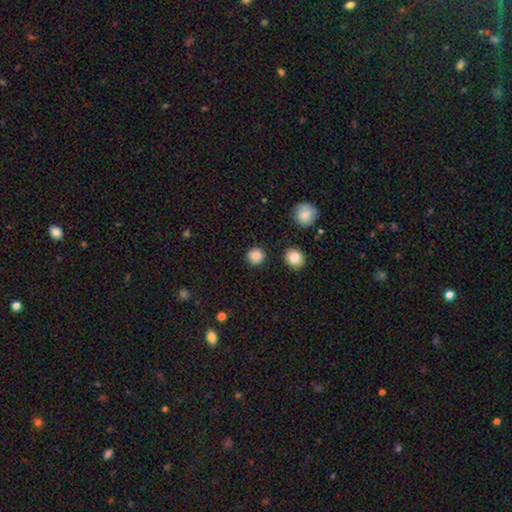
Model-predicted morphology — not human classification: The model was most divided on "smooth or featured": smooth: 86%, star or artifact: 10%, featured or disk: 4%. More confident: how rounded — round (93%); merging — none (89%).